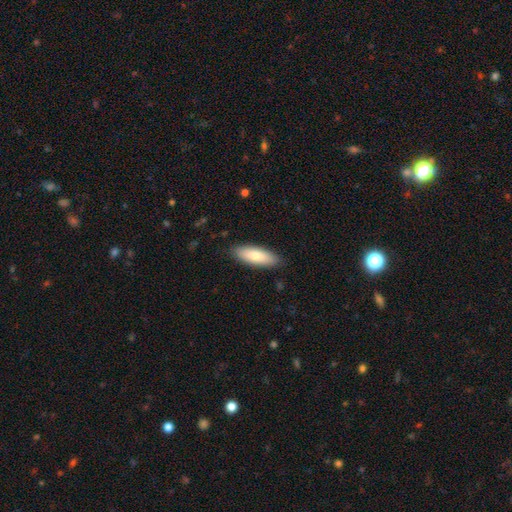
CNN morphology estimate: Smooth or featured?
  - smooth: 82% *
  - featured or disk: 13%
  - star or artifact: 5%
How rounded?
  - in between: 64% *
  - cigar-shaped: 34%
  - round: 2%
Merging?
  - none: 88% *
  - minor disturbance: 9%
  - major disturbance: 2%
  - merger: 1%